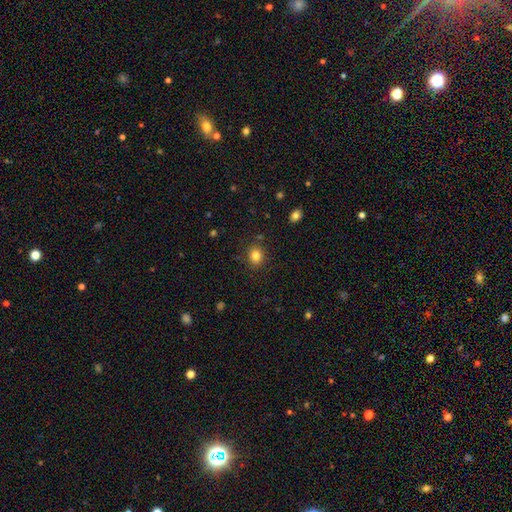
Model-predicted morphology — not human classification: smooth-or-featured: smooth: 82% | star or artifact: 12% | featured or disk: 6%
  how-rounded: round: 71% | in between: 28% | cigar-shaped: 1%
  merging: none: 87% | minor disturbance: 9% | major disturbance: 3% | merger: 2%